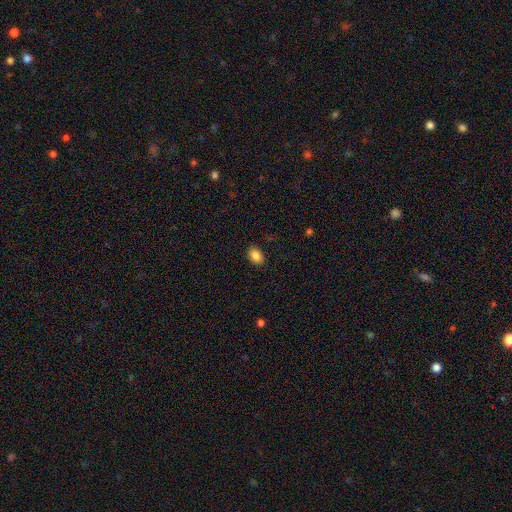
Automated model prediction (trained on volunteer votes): Q: Smooth or featured?
A: smooth (87%); runner-up: star or artifact (9%)
Q: How rounded?
A: in between (80%); runner-up: round (19%)
Q: Merging?
A: none (88%); runner-up: minor disturbance (9%)